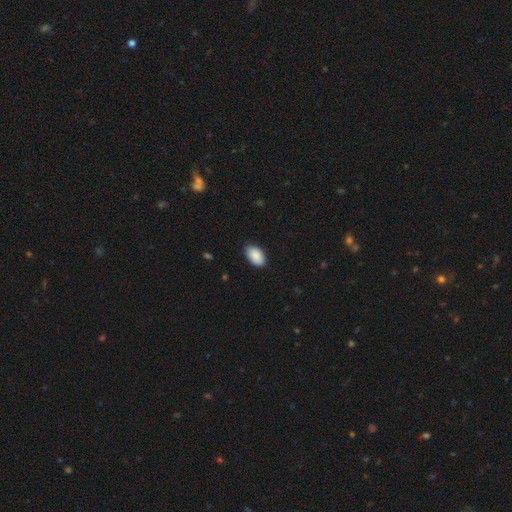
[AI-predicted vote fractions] A smooth galaxy with no disk features (89%) that is in between round and cigar-shaped (94%).

Vote fractions:
- Smooth or featured? smooth: 89% / star or artifact: 6% / featured or disk: 4%
- How rounded? in between: 94% / round: 5% / cigar-shaped: 1%
- Merging? none: 81% / minor disturbance: 16% / major disturbance: 2% / merger: 1%